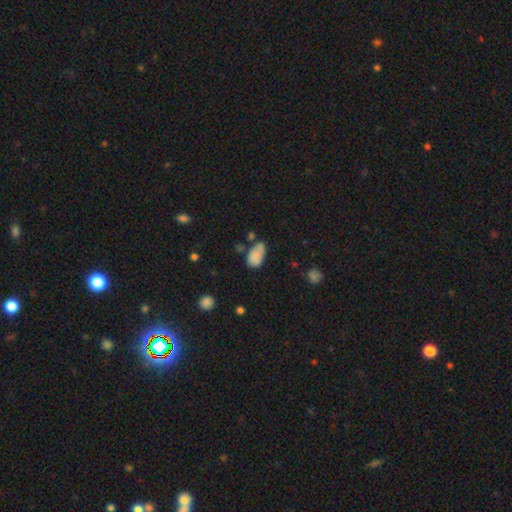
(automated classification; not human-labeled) Overall: smooth (81%). How rounded: in between (92%). Merging: none (44%; minor disturbance 33%).